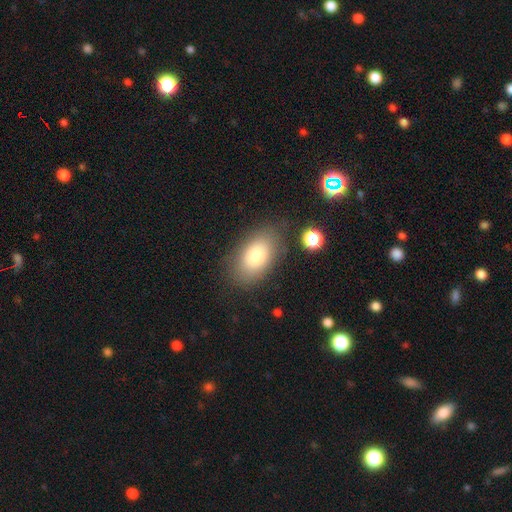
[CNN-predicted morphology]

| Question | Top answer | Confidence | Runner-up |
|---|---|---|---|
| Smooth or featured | smooth | 78% | featured or disk (13%) |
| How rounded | in between | 90% | round (8%) |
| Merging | none | 79% | minor disturbance (13%) |